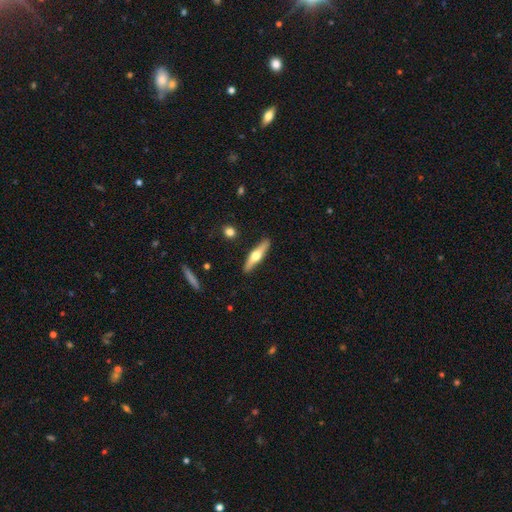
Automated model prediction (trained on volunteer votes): Smooth or featured?
  - featured or disk: 56% *
  - smooth: 38%
  - star or artifact: 5%
Edge-on disk?
  - yes: 95% *
  - no: 5%
Edge-on bulge?
  - rounded: 95% *
  - none: 3%
  - boxy: 3%
Merging?
  - none: 89% *
  - minor disturbance: 7%
  - major disturbance: 2%
  - merger: 2%